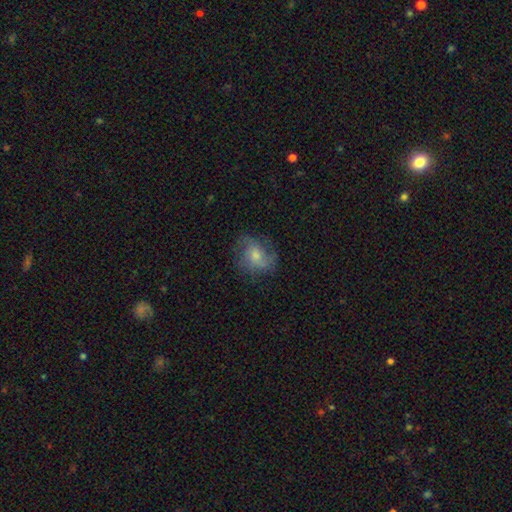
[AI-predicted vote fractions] A featured or disk galaxy (49%).

Vote fractions:
- Smooth or featured? featured or disk: 49% / smooth: 43% / star or artifact: 9%
- Merging? none: 62% / minor disturbance: 22% / major disturbance: 14% / merger: 1%